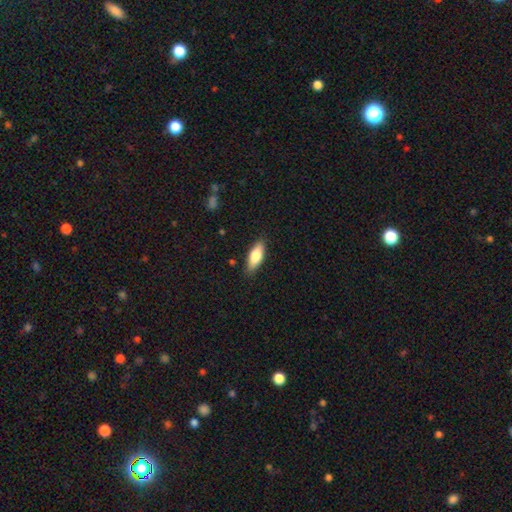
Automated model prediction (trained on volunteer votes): A smooth galaxy with no disk features (74%) that is in between round and cigar-shaped (70%).

Vote fractions:
- Smooth or featured? smooth: 74% / featured or disk: 20% / star or artifact: 6%
- How rounded? in between: 70% / cigar-shaped: 27% / round: 2%
- Merging? none: 86% / minor disturbance: 11% / major disturbance: 2% / merger: 1%